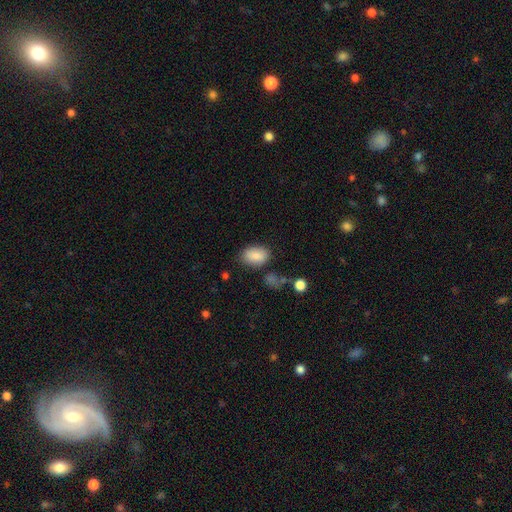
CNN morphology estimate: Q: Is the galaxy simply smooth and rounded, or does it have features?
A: smooth — 86%.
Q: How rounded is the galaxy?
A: in between — 87%.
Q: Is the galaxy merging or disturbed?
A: none — 76%.